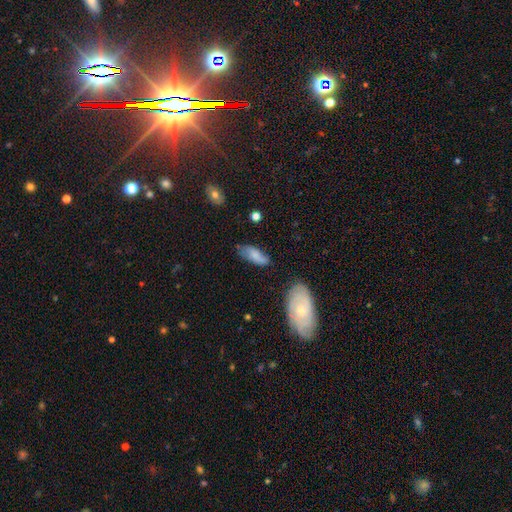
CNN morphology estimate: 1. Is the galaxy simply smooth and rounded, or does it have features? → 70% smooth, 23% featured or disk, 7% star or artifact.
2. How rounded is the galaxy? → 74% in between, 23% cigar-shaped, 3% round.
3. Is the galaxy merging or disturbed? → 61% none, 28% minor disturbance, 8% major disturbance, 4% merger.